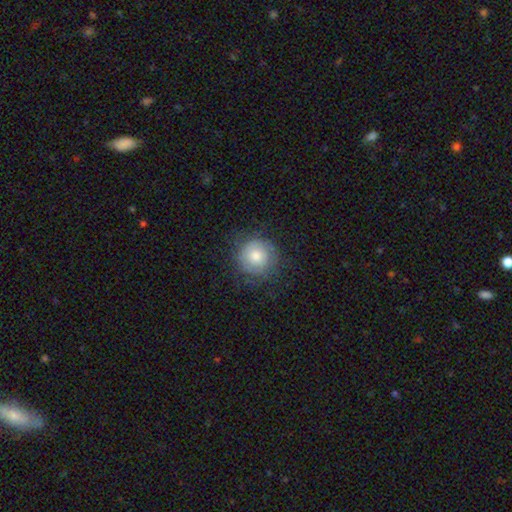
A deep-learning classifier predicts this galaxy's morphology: Smooth or featured? Predicted: smooth (p=0.70). How rounded? Predicted: round (p=0.93). Merging? Predicted: none (p=0.77).